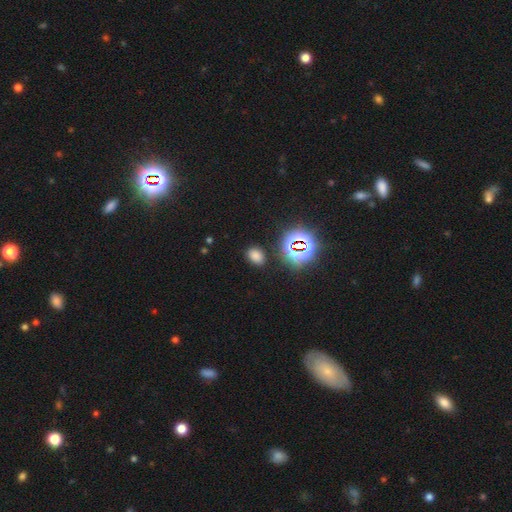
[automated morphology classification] Smooth or featured? smooth (69%)
How rounded? in between (77%)
Merging? none (84%)